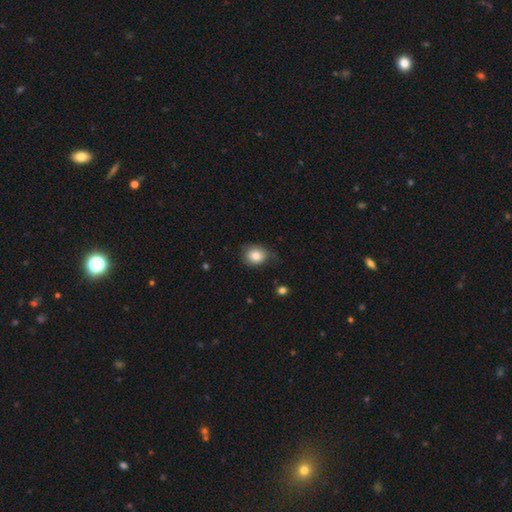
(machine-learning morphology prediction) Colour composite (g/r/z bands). It shows a smooth galaxy with no disk features (82%) that is round (59%). Merging: none (58%).